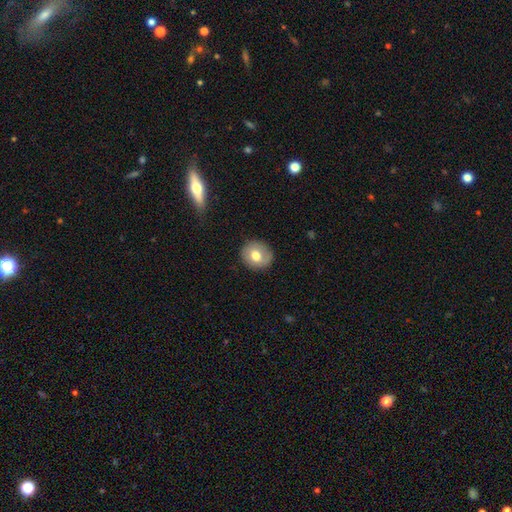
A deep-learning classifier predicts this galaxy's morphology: Smooth or featured? Predicted: smooth (p=0.73). How rounded? Predicted: round (p=0.81). Merging? Predicted: none (p=0.87).